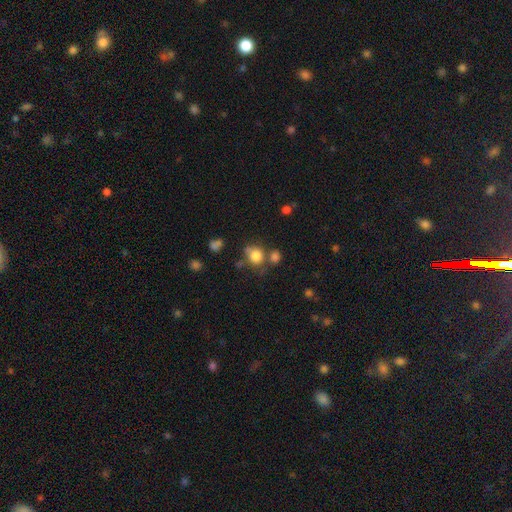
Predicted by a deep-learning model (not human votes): Overall: smooth (79%). How rounded: round (80%). Merging: none (55%; merger 22%).